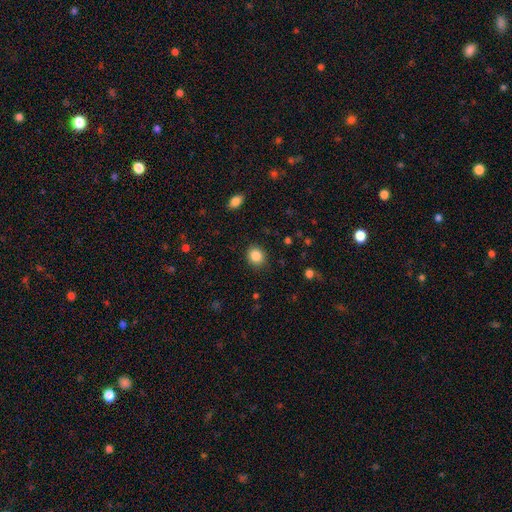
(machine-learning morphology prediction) Smooth or featured? smooth (86%)
How rounded? round (68%)
Merging? none (88%)